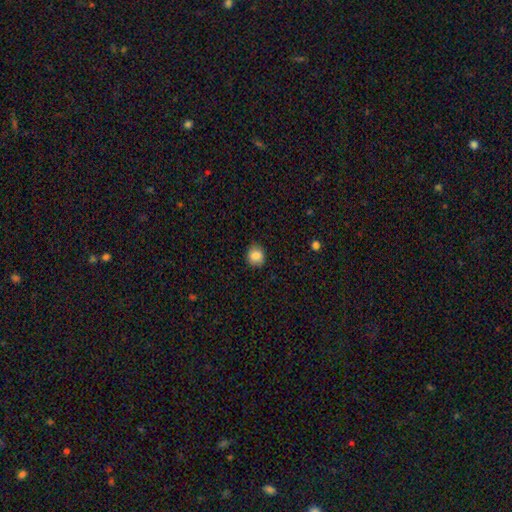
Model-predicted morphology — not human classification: This is clearly a smooth galaxy (86%). How rounded: clearly round (81%). Merging: clearly none (82%).